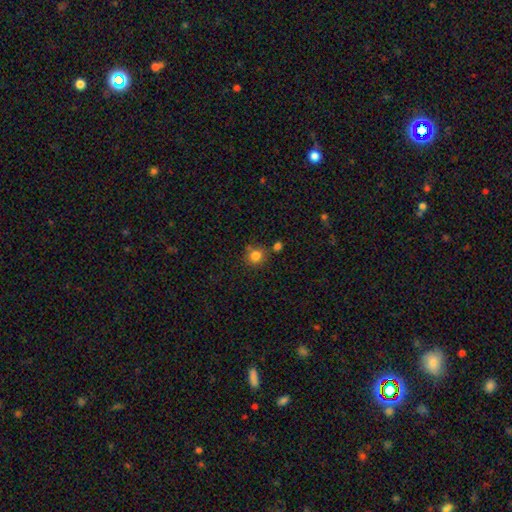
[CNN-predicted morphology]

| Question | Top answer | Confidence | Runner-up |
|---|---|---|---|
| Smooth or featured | smooth | 82% | star or artifact (12%) |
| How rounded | round | 89% | in between (10%) |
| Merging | none | 74% | minor disturbance (11%) |